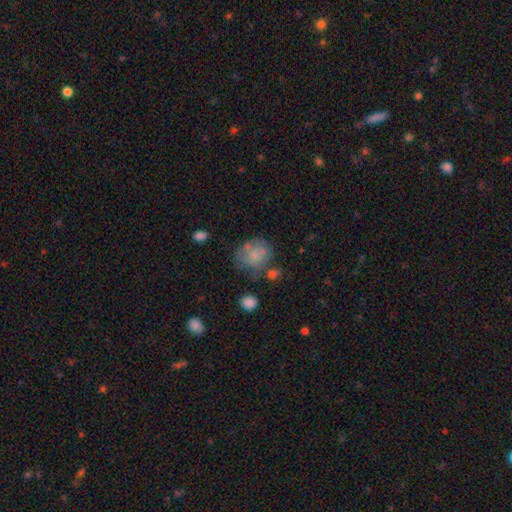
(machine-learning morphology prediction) The model was most divided on "merging": none: 48%, minor disturbance: 25%, major disturbance: 16%, merger: 10%. More confident: smooth or featured — smooth (67%); how rounded — round (67%).